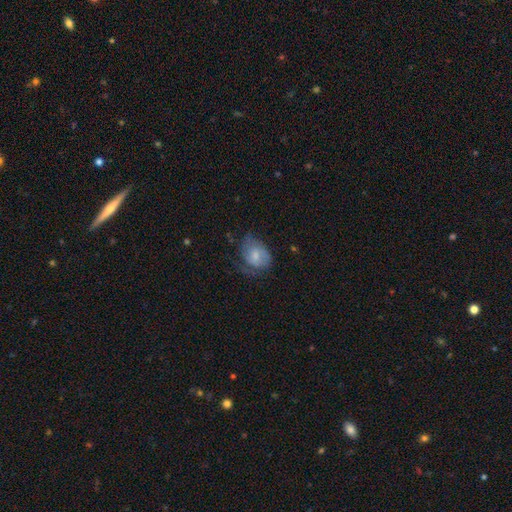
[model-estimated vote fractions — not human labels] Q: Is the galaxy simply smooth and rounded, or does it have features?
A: smooth — 56%.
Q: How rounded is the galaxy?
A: in between — 64%.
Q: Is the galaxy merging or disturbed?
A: none — 37%.